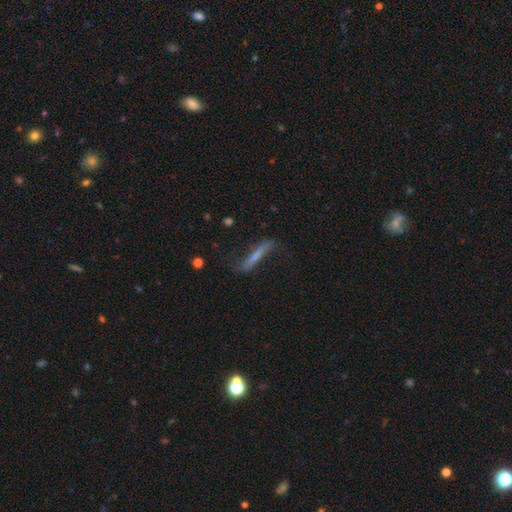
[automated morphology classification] The model was most divided on "edge-on disk": yes: 59%, no: 41%. More confident: merging — none (63%); smooth or featured — featured or disk (56%).